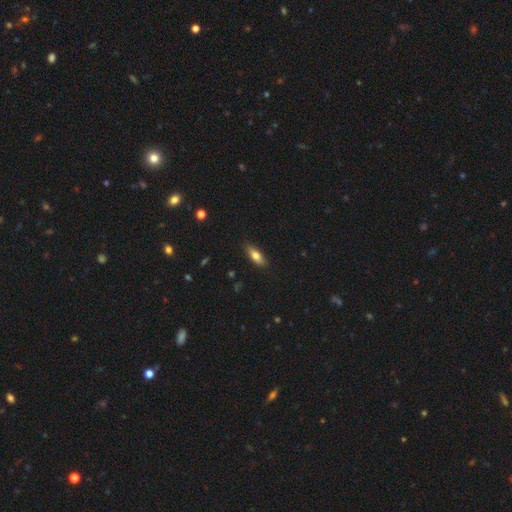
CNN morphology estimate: smooth 75%, featured or disk 19%, star or artifact 7%. Down the decision tree: how rounded — in between (70%); merging — none (86%).